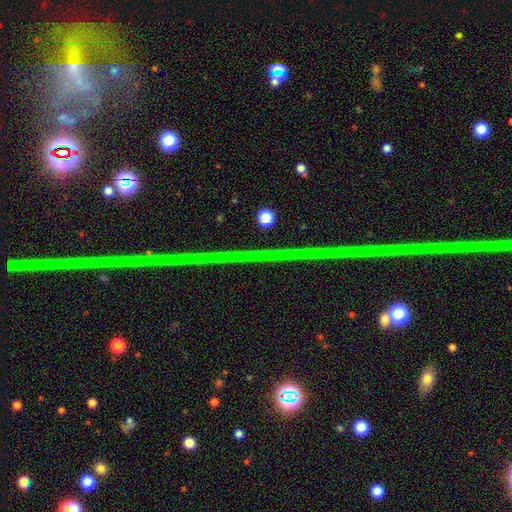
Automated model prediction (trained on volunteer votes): This appears to be a star or artifact, not a galaxy (83%).